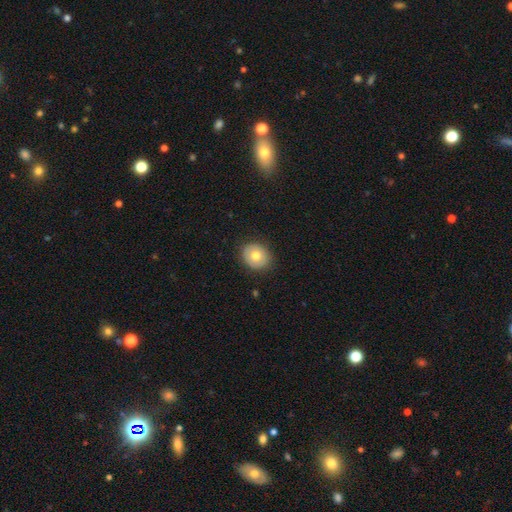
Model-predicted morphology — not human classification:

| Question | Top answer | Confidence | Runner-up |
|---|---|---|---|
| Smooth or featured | smooth | 71% | featured or disk (21%) |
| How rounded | round | 69% | in between (30%) |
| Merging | none | 87% | minor disturbance (10%) |